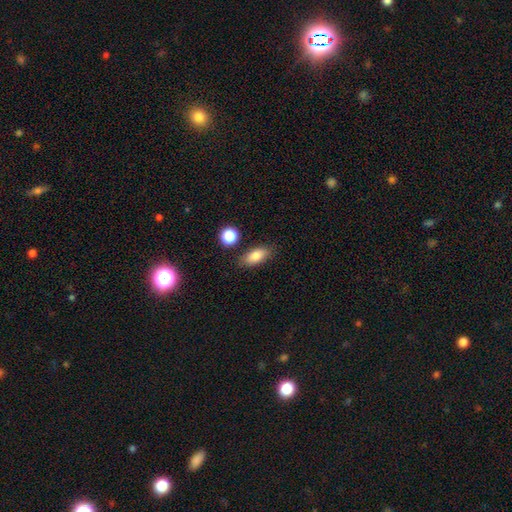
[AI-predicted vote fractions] This appears to be a smooth galaxy with no disk features (82%) that is in between round and cigar-shaped (84%). Merging: none (81%).